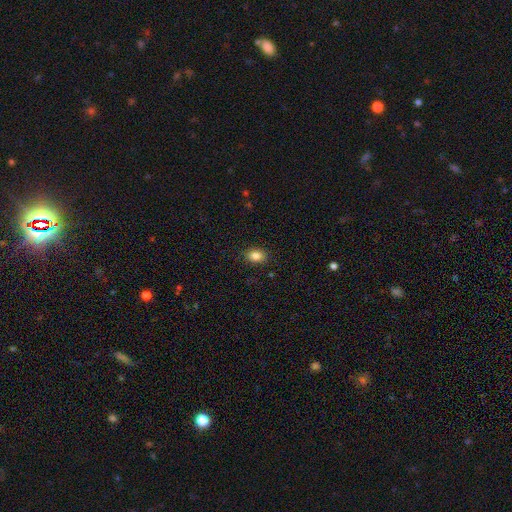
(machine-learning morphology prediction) Smooth or featured: smooth — 84% (star or artifact — 10%)
How rounded: in between — 70% (round — 29%)
Merging: none — 87% (minor disturbance — 9%)